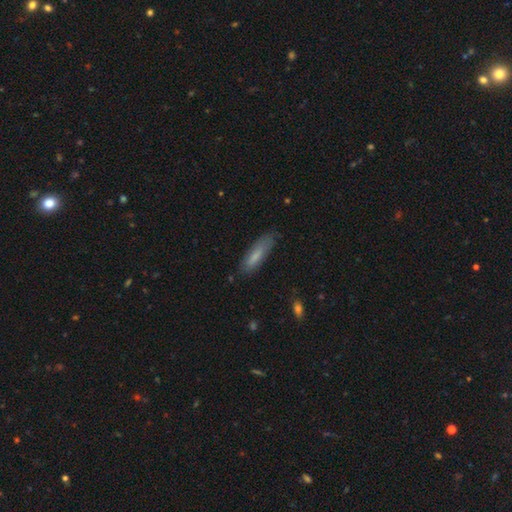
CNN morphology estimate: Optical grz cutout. It shows a smooth galaxy with no disk features (76%) that is cigar-shaped (67%). Merging: none (74%).